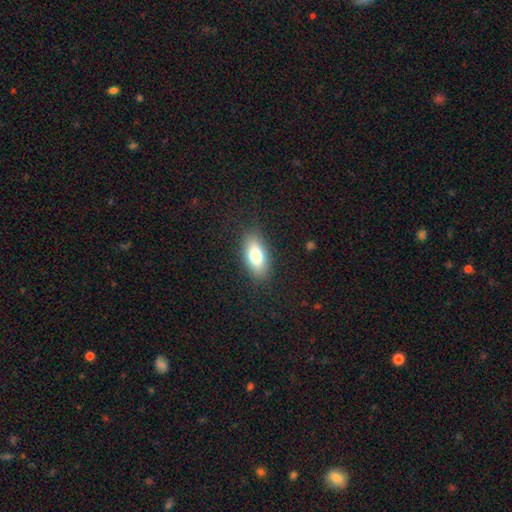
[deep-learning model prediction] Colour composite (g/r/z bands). It shows a smooth galaxy with no disk features (77%) that is in between round and cigar-shaped (85%). Merging: none (85%).